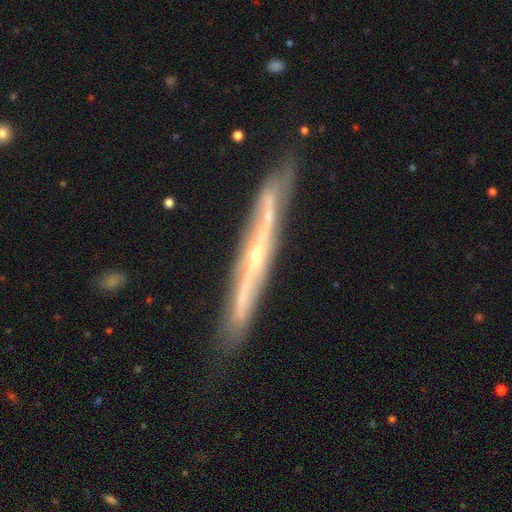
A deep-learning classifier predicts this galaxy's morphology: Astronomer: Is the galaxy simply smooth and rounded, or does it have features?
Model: featured or disk — 82%.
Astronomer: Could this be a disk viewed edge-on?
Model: yes — 86%.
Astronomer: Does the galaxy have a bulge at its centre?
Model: rounded — 65%.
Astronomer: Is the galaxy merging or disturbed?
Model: none — 78%.